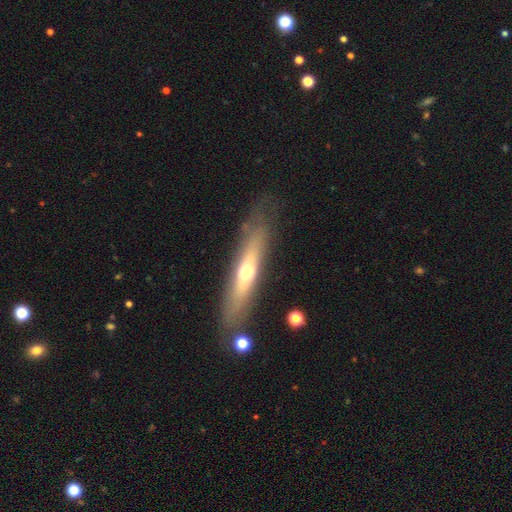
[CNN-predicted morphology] This is possibly a featured or disk galaxy (54%). It is likely viewed edge-on (73%). Merging: likely none (78%).